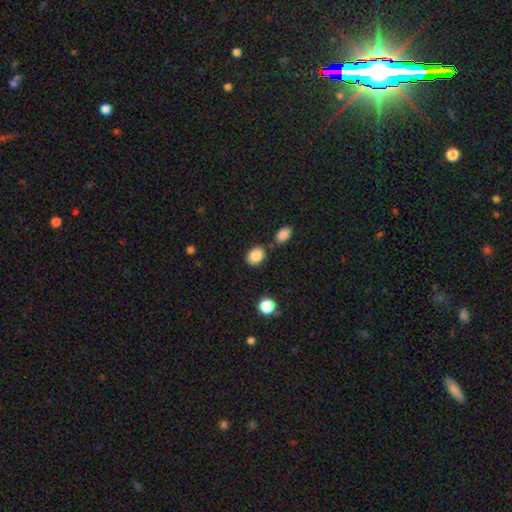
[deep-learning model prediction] Morphology: type=smooth (86%); roundness=in between (59%); merging=none (75%).